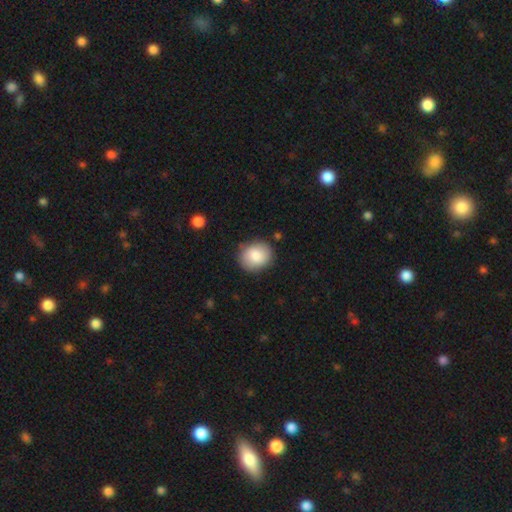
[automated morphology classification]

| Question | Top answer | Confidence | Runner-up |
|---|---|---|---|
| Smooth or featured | smooth | 84% | featured or disk (9%) |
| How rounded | round | 74% | in between (25%) |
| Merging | none | 85% | minor disturbance (11%) |